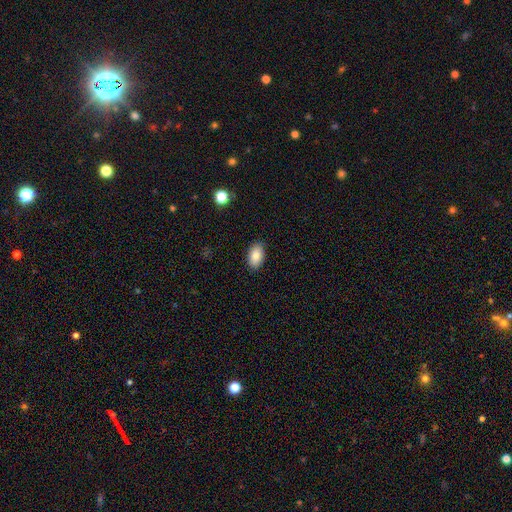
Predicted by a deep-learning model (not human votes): smooth 87%, star or artifact 7%, featured or disk 6%. Down the decision tree: how rounded — in between (93%); merging — none (89%).